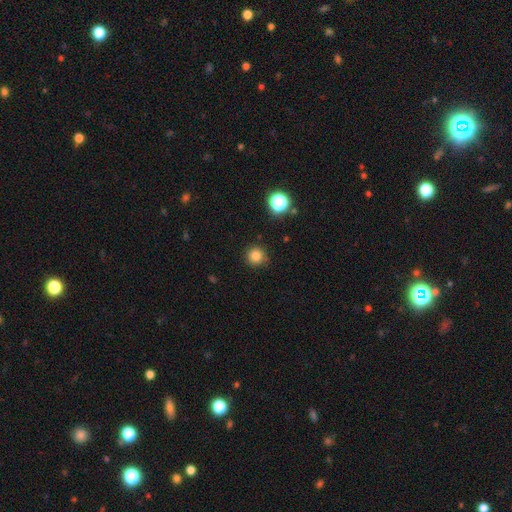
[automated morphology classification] The model was most divided on "smooth or featured": smooth: 82%, star or artifact: 13%, featured or disk: 4%. More confident: how rounded — round (94%); merging — none (87%).